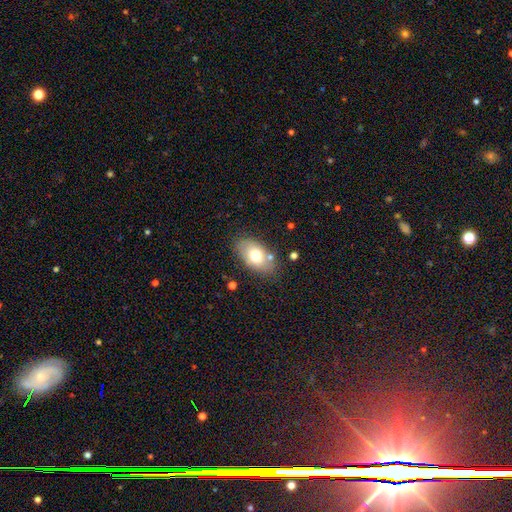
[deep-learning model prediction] The model was most divided on "smooth or featured": smooth: 70%, featured or disk: 22%, star or artifact: 8%. More confident: how rounded — in between (91%); merging — none (76%).